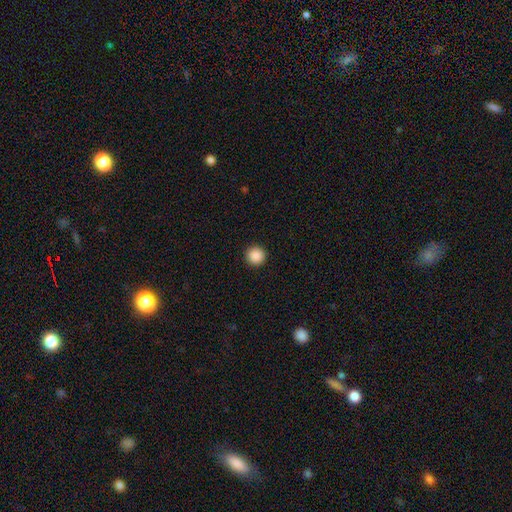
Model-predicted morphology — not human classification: Smooth or featured?
  - smooth: 89% *
  - star or artifact: 9%
  - featured or disk: 3%
How rounded?
  - round: 96% *
  - in between: 3%
  - cigar-shaped: 1%
Merging?
  - none: 93% *
  - minor disturbance: 4%
  - major disturbance: 2%
  - merger: 1%